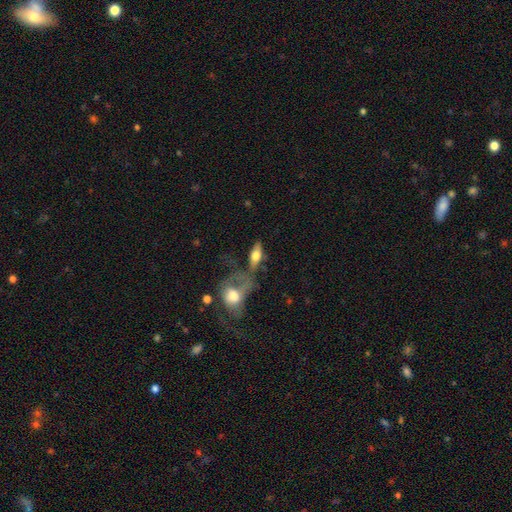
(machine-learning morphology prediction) smooth 55%, featured or disk 38%, star or artifact 8%. Down the decision tree: how rounded — in between (75%); merging — none (43%).